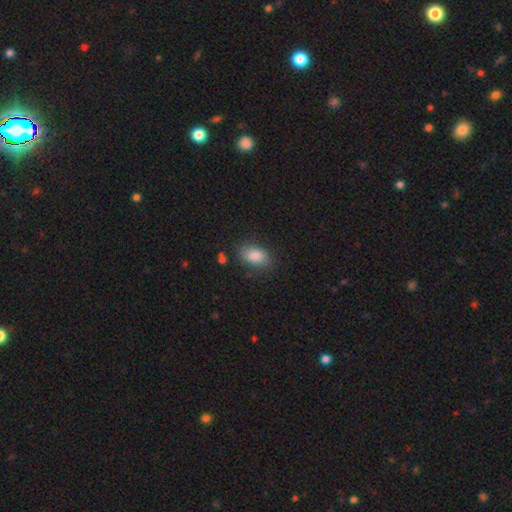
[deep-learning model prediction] smooth-or-featured: smooth: 86% | star or artifact: 8% | featured or disk: 6%
  how-rounded: in between: 88% | round: 10% | cigar-shaped: 2%
  merging: none: 78% | minor disturbance: 15% | major disturbance: 4% | merger: 2%